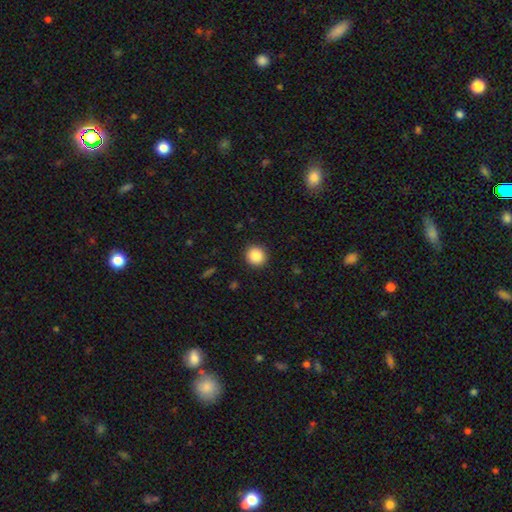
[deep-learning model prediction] This is clearly a smooth galaxy (87%). How rounded: clearly round (93%). Merging: clearly none (92%).